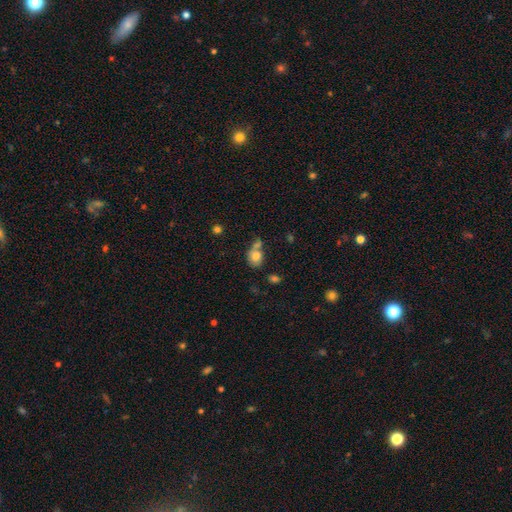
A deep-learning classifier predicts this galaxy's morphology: The model was most divided on "how rounded" (2-way tie): in between: 49%, round: 49%, cigar-shaped: 1%. Remaining: smooth or featured — smooth (77%); merging — none (38%).